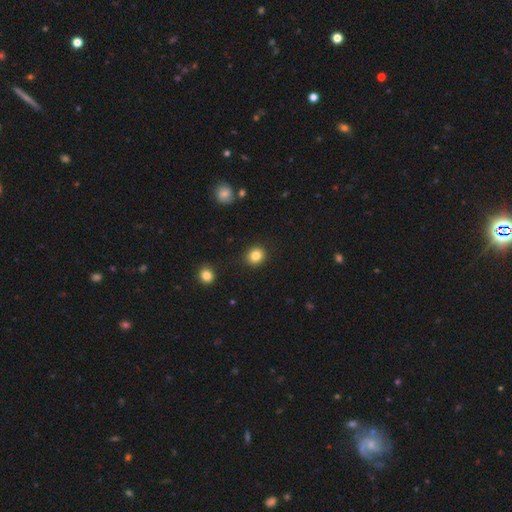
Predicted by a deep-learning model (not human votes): This is clearly a smooth galaxy (84%). How rounded: likely round (79%). Merging: clearly none (90%).